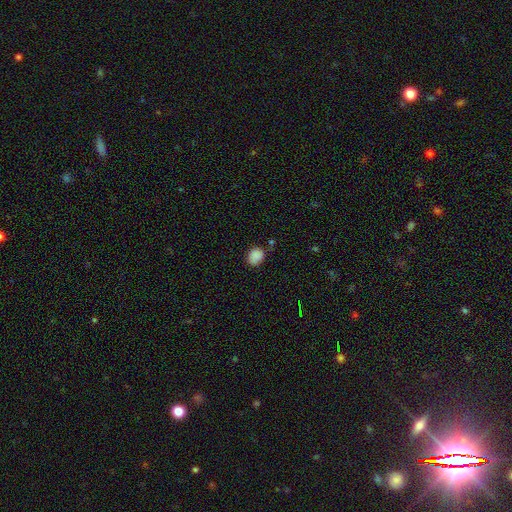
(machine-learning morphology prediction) A smooth galaxy with no disk features (84%) that is round (55%). Merging: none (67%).